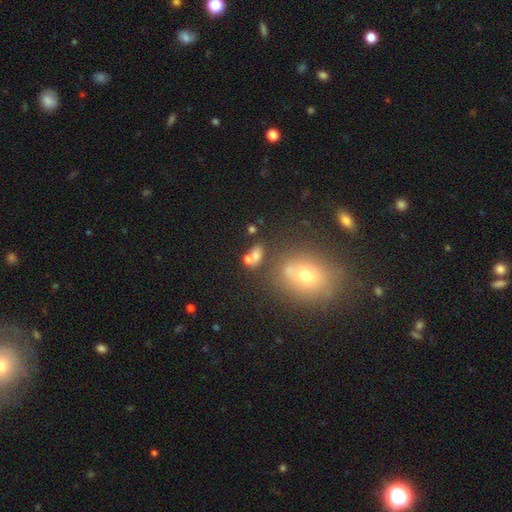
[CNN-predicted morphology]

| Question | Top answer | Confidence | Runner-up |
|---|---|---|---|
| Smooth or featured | smooth | 69% | star or artifact (17%) |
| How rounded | in between | 68% | round (29%) |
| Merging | none | 42% | merger (38%) |